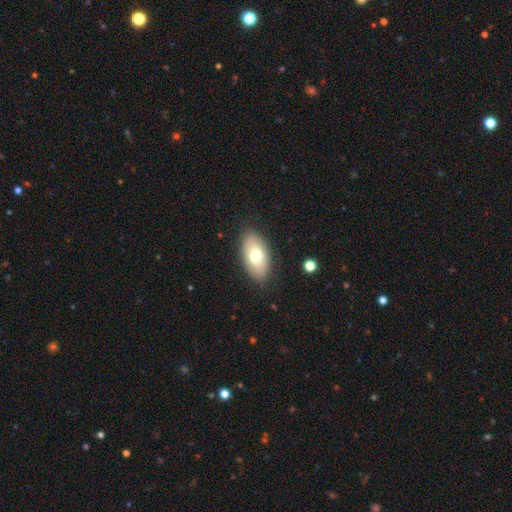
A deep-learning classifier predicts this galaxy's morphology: Smooth or featured? smooth (72%)
How rounded? in between (93%)
Merging? none (84%)